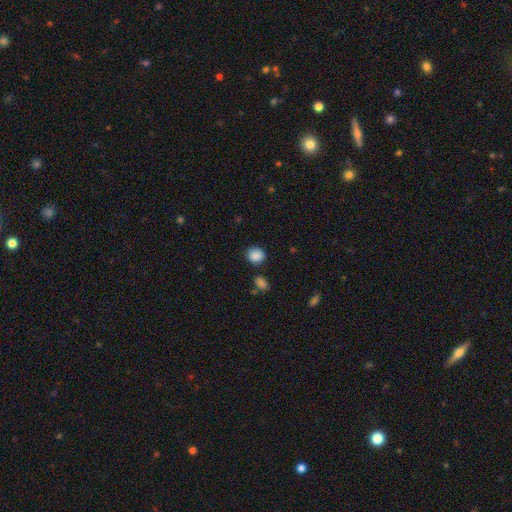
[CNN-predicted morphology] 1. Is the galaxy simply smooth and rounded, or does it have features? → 88% smooth, 9% star or artifact, 3% featured or disk.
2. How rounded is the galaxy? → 75% round, 24% in between, 1% cigar-shaped.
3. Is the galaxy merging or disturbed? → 82% none, 11% minor disturbance, 4% merger, 3% major disturbance.